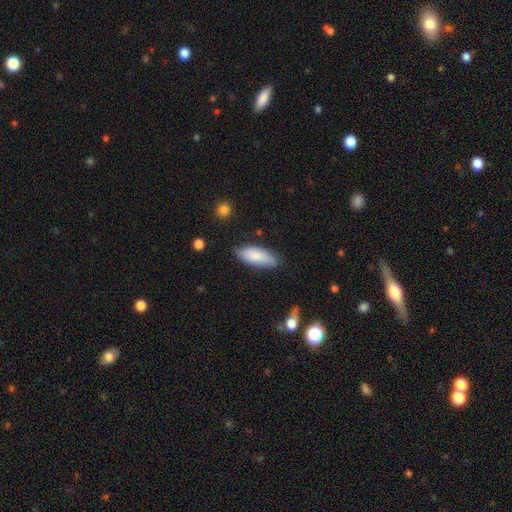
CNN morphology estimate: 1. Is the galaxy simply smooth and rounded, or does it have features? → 83% smooth, 11% featured or disk, 6% star or artifact.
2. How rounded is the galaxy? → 78% in between, 20% cigar-shaped, 2% round.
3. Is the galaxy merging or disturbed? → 77% none, 18% minor disturbance, 3% major disturbance, 2% merger.